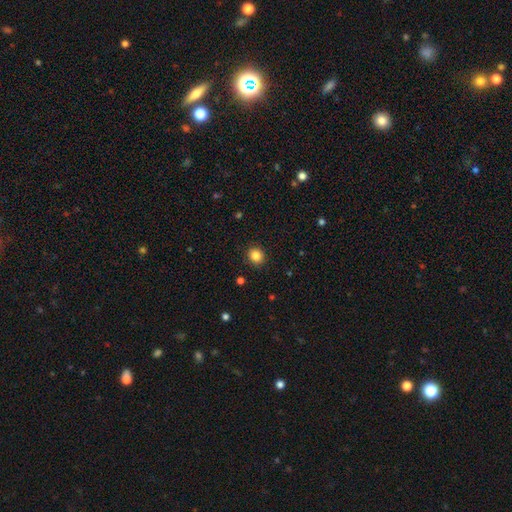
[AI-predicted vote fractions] A smooth galaxy with no disk features (85%) that is round (82%). Merging: none (90%).